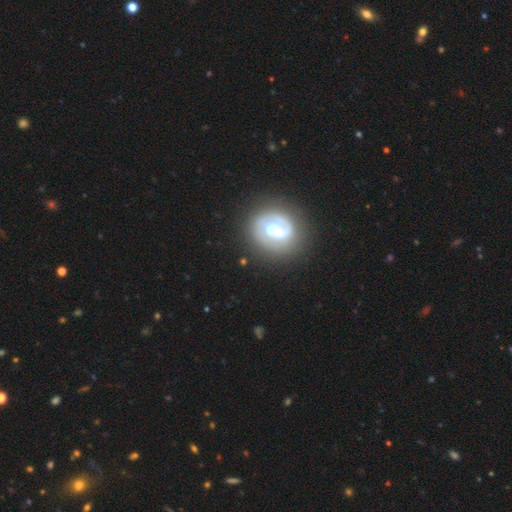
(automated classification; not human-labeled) smooth_or_featured: featured or disk (p=0.61) [alt: smooth p=0.26]
disk_edge_on: no (p=0.92) [alt: yes p=0.08]
bar: strong (p=0.45) [alt: weak p=0.35]
has_spiral_arms: yes (p=0.55) [alt: no p=0.45]
bulge_size: moderate (p=0.48) [alt: small p=0.28]
merging: none (p=0.84) [alt: minor disturbance p=0.10]